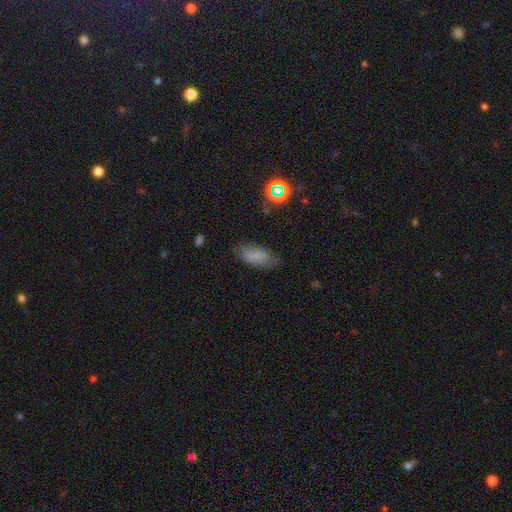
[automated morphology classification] A smooth galaxy with no disk features (78%) that is in between round and cigar-shaped (85%). Merging: none (76%).